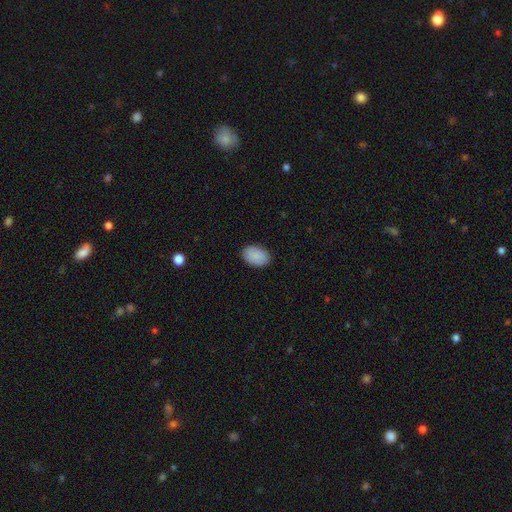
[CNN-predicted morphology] Smooth or featured: smooth — 90% (star or artifact — 7%)
How rounded: in between — 88% (round — 11%)
Merging: none — 89% (minor disturbance — 8%)